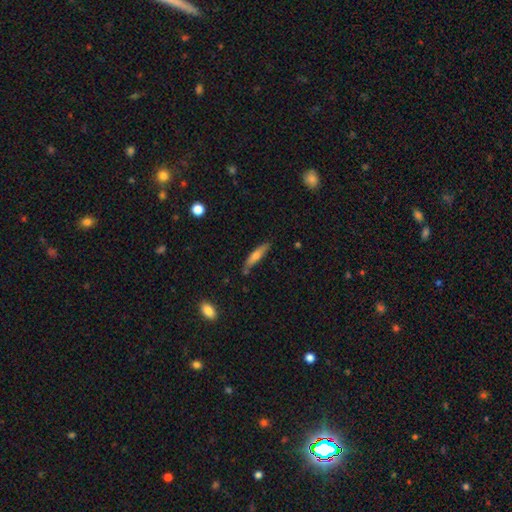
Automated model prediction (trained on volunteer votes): Smooth or featured?
  - smooth: 56% *
  - featured or disk: 38%
  - star or artifact: 7%
How rounded?
  - cigar-shaped: 84% *
  - in between: 15%
  - round: 2%
Merging?
  - none: 78% *
  - minor disturbance: 15%
  - merger: 4%
  - major disturbance: 3%